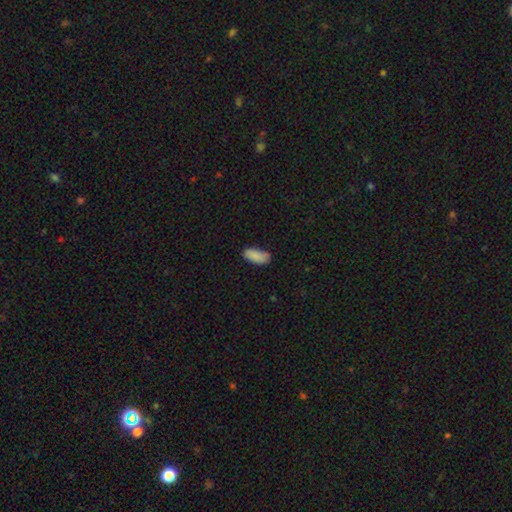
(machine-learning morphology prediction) smooth 88%, star or artifact 7%, featured or disk 5%. Down the decision tree: how rounded — in between (87%); merging — none (69%).